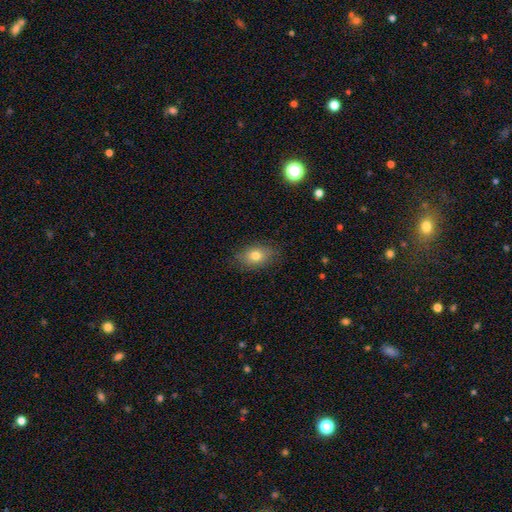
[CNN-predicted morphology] smooth-or-featured: smooth: 76% | featured or disk: 15% | star or artifact: 9%
  how-rounded: in between: 75% | round: 23% | cigar-shaped: 2%
  merging: none: 79% | minor disturbance: 16% | major disturbance: 4% | merger: 1%